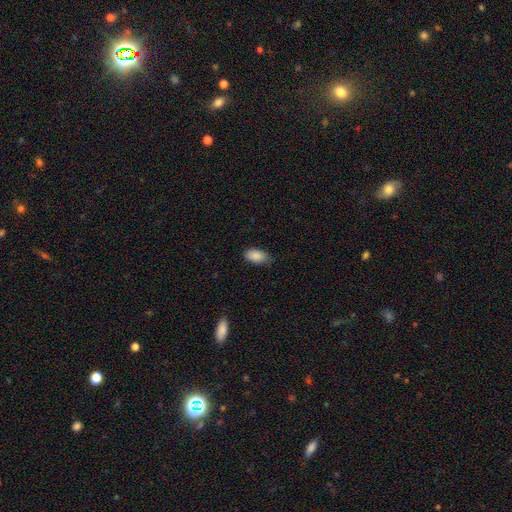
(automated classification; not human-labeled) Morphology: type=smooth (88%); roundness=in between (93%); merging=none (75%).